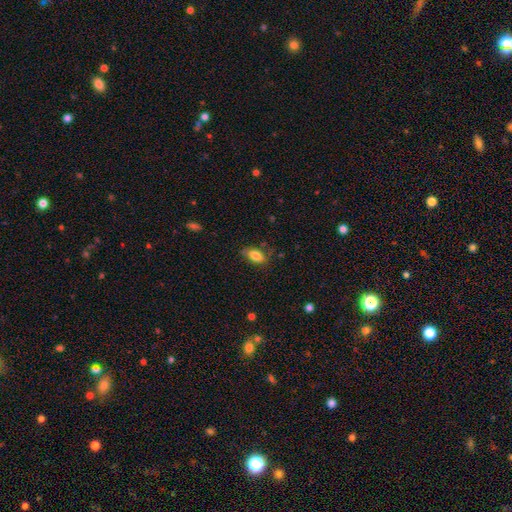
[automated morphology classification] Smooth or featured: smooth — 80% (featured or disk — 12%)
How rounded: in between — 87% (cigar-shaped — 7%)
Merging: none — 71% (minor disturbance — 22%)